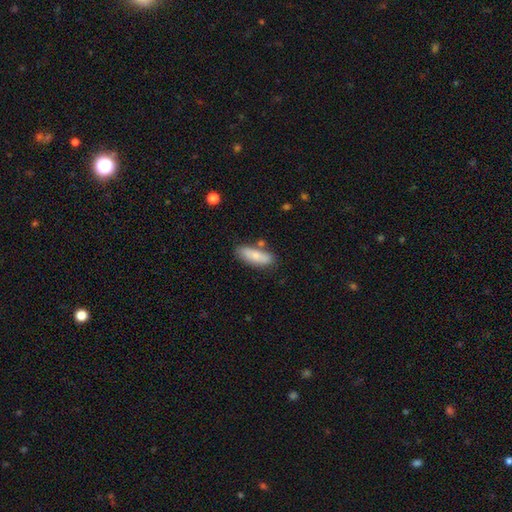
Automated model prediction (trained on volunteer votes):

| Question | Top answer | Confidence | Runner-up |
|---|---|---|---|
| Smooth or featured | smooth | 77% | featured or disk (17%) |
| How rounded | in between | 67% | cigar-shaped (31%) |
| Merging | none | 74% | minor disturbance (15%) |